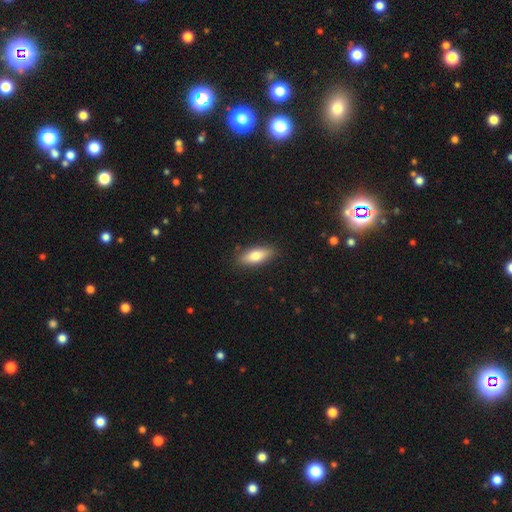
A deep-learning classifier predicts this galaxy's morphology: smooth_or_featured: smooth (p=0.77) [alt: featured or disk p=0.17]
how_rounded: in between (p=0.72) [alt: cigar-shaped p=0.25]
merging: none (p=0.86) [alt: minor disturbance p=0.10]